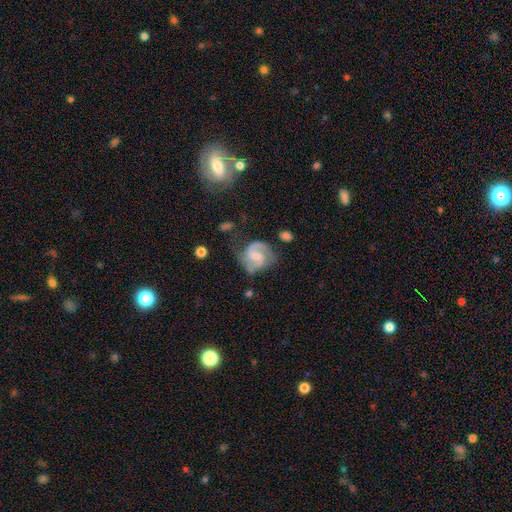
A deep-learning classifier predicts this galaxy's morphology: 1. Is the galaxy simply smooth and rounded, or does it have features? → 83% featured or disk, 11% smooth, 6% star or artifact.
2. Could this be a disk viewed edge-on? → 98% no, 2% yes.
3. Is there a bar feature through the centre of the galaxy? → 55% weak, 29% no, 17% strong.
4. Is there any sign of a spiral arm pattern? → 96% yes, 4% no.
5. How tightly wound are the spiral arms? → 54% medium, 24% loose, 22% tight.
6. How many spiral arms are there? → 88% 2, 5% can't tell, 3% 1, 2% 3, 1% 4, 1% more than 4.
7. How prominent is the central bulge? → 51% small, 33% moderate, 13% none, 2% large, 1% dominant.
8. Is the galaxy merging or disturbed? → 64% none, 22% minor disturbance, 11% major disturbance, 3% merger.